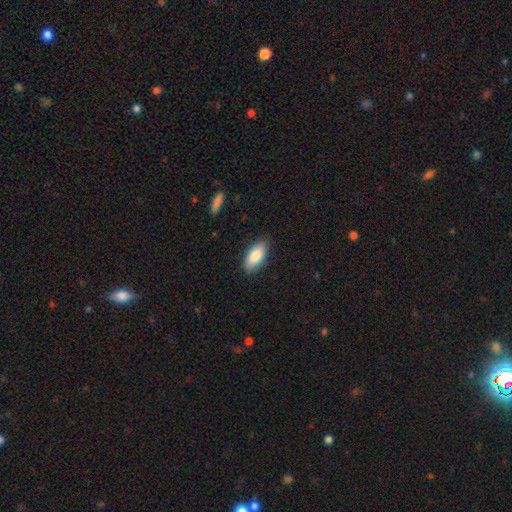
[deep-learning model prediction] This is clearly a smooth galaxy (84%). How rounded: clearly in between (90%). Merging: clearly none (87%).